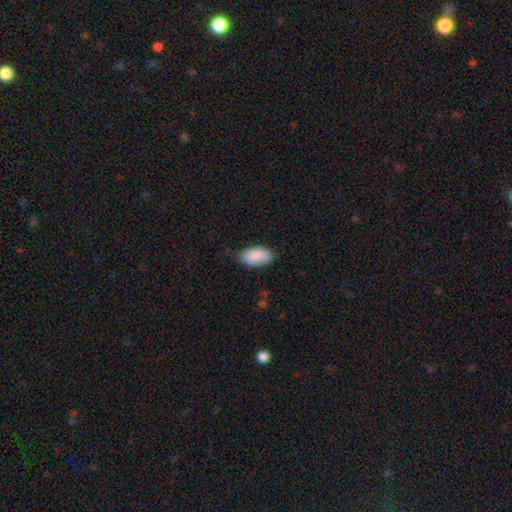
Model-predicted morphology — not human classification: Smooth or featured: smooth — 89% (star or artifact — 6%)
How rounded: in between — 95% (round — 3%)
Merging: none — 71% (minor disturbance — 24%)